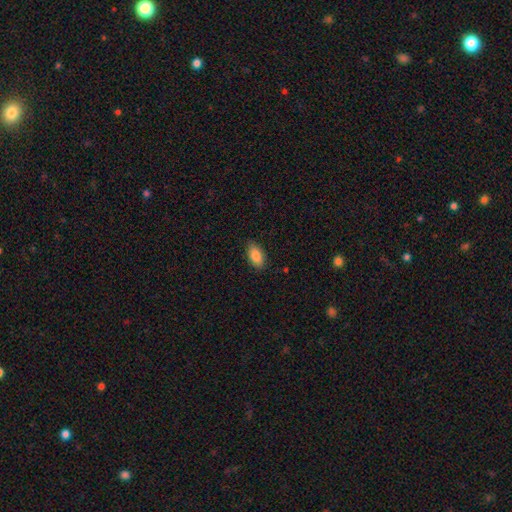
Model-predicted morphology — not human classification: smooth 87%, star or artifact 7%, featured or disk 6%. Down the decision tree: how rounded — in between (92%); merging — none (87%).